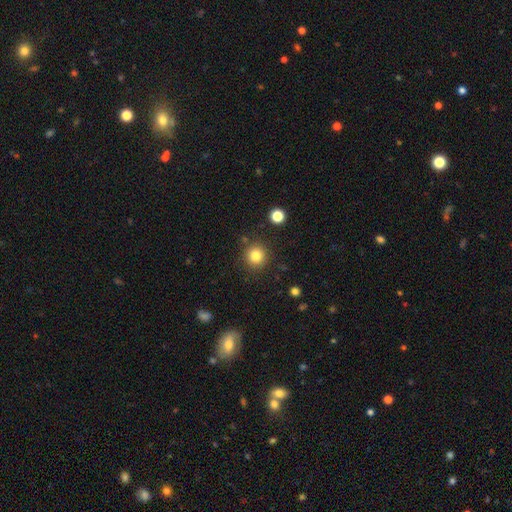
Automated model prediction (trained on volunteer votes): A smooth galaxy with no disk features (82%) that is round (93%). Merging: none (87%).